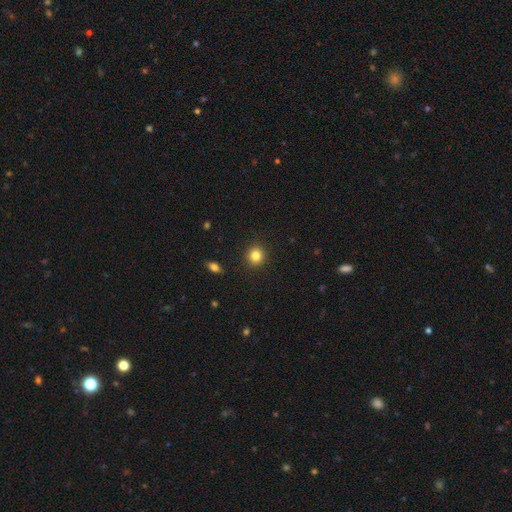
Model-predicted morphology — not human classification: A smooth galaxy with no disk features (83%) that is round (90%).

Vote fractions:
- Smooth or featured? smooth: 83% / star or artifact: 11% / featured or disk: 6%
- How rounded? round: 90% / in between: 9% / cigar-shaped: 1%
- Merging? none: 92% / minor disturbance: 5% / major disturbance: 2% / merger: 1%